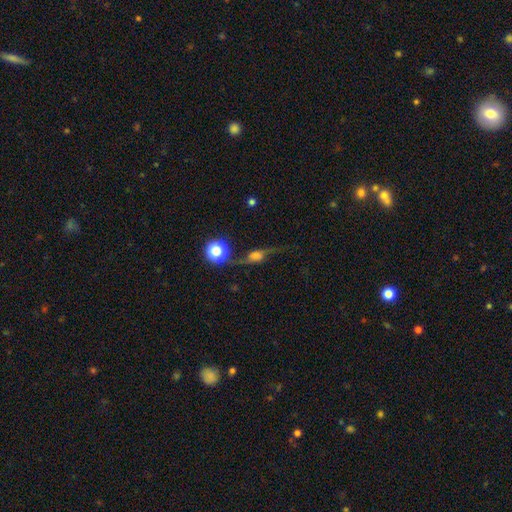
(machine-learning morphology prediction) A featured or disk galaxy (57%). Merging: none (56%).